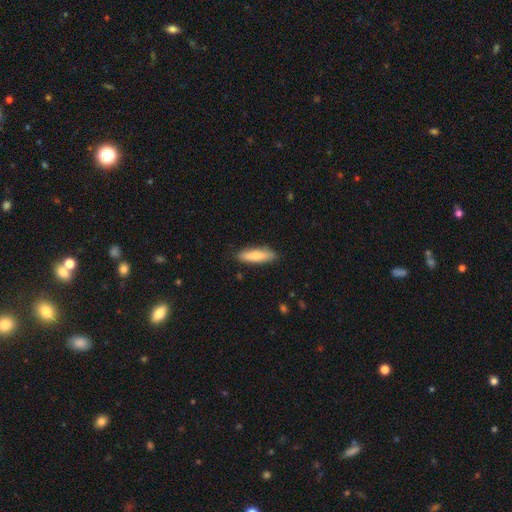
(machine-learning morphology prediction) The model was most divided on "how rounded": cigar-shaped: 61%, in between: 37%, round: 2%. More confident: merging — none (86%); smooth or featured — smooth (72%).